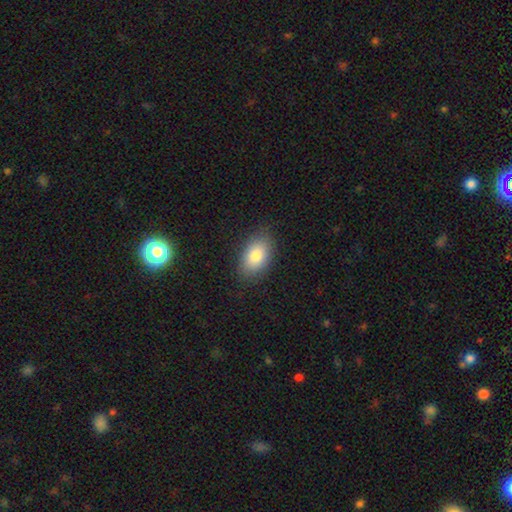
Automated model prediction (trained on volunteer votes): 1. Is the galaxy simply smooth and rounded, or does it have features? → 81% smooth, 11% featured or disk, 8% star or artifact.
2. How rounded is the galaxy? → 90% in between, 8% round, 2% cigar-shaped.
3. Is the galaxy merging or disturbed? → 84% none, 12% minor disturbance, 3% major disturbance, 1% merger.